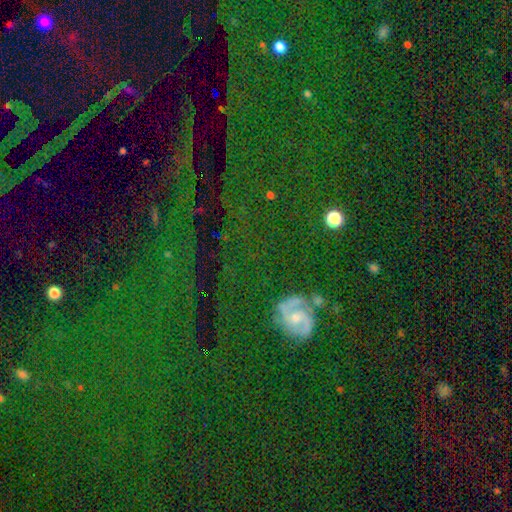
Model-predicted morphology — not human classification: The model was most divided on "smooth or featured": star or artifact: 58%, smooth: 22%, featured or disk: 20%.